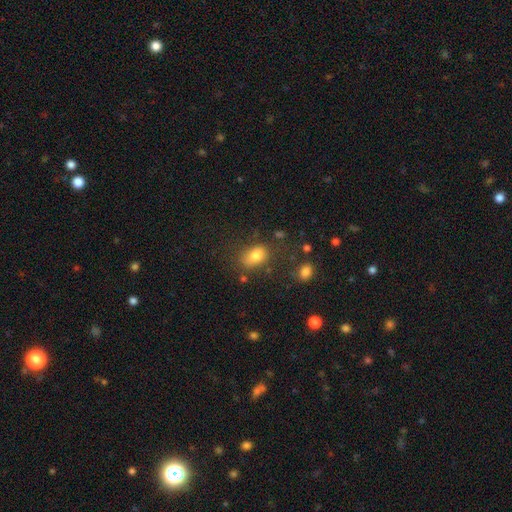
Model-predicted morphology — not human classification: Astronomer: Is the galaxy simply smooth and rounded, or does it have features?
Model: smooth — 79%.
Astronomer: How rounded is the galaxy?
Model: in between — 78%.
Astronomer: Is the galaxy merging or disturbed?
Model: none — 71%.